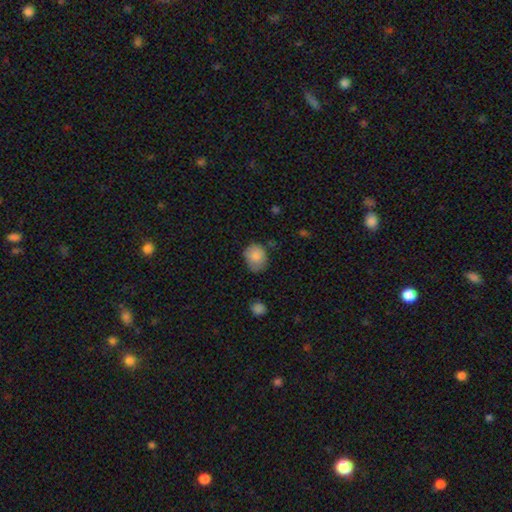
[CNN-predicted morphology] Overall: smooth (84%). How rounded: round (63%; in between 36%). Merging: none (63%; minor disturbance 29%).